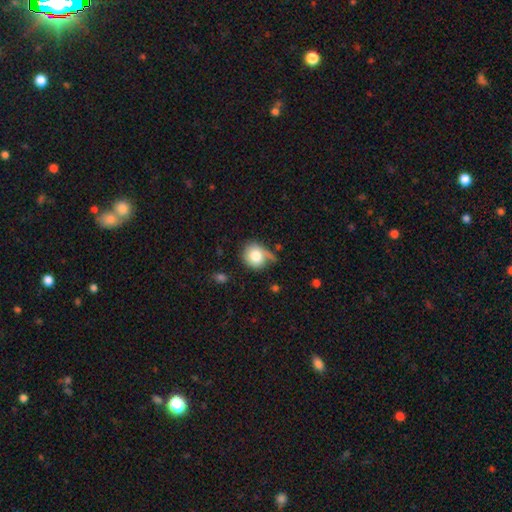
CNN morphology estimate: Q: Smooth or featured?
A: smooth (75%); runner-up: featured or disk (17%)
Q: How rounded?
A: round (76%); runner-up: in between (23%)
Q: Merging?
A: none (51%); runner-up: minor disturbance (27%)